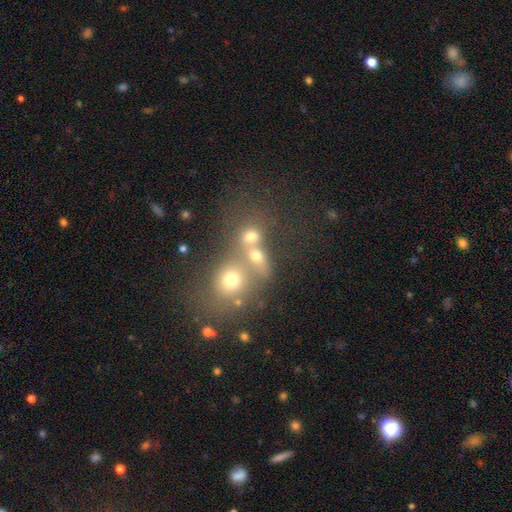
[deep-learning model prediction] Smooth or featured? Predicted: smooth (p=0.53). How rounded? Predicted: round (p=0.68). Merging? Predicted: merger (p=0.60).